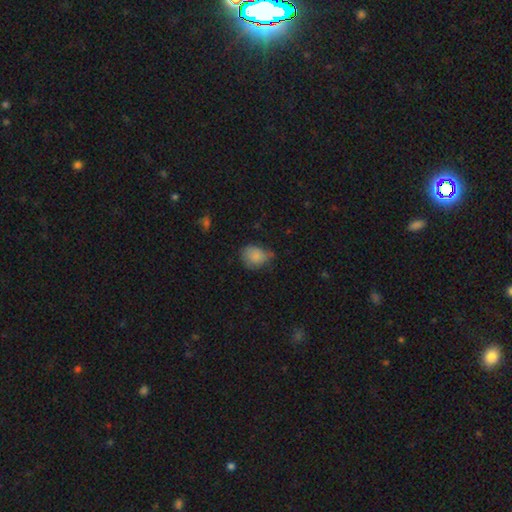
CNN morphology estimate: Overall: smooth (80%). How rounded: in between (50%; round 49%). Merging: none (48%; minor disturbance 39%).